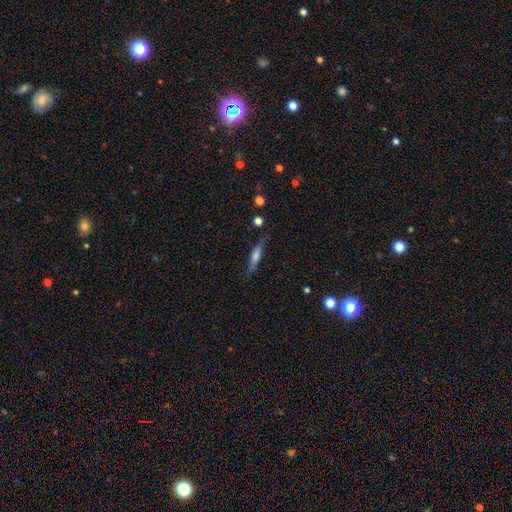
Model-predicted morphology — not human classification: A featured or disk galaxy (48%). Merging: none (77%).